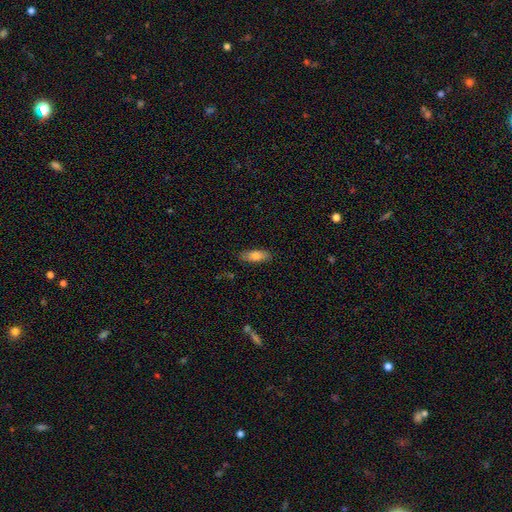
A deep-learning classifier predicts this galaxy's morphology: The model was most divided on "how rounded": in between: 71%, cigar-shaped: 27%, round: 2%. More confident: merging — none (84%); smooth or featured — smooth (79%).